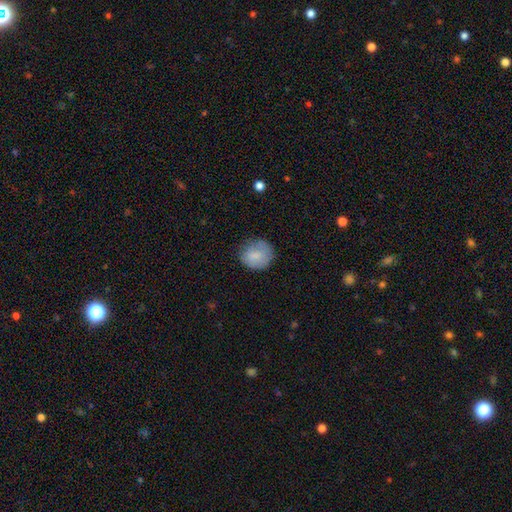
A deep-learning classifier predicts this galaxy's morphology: smooth-or-featured: smooth: 83% | featured or disk: 10% | star or artifact: 7%
  how-rounded: round: 82% | in between: 17% | cigar-shaped: 1%
  merging: none: 72% | minor disturbance: 21% | major disturbance: 6% | merger: 1%